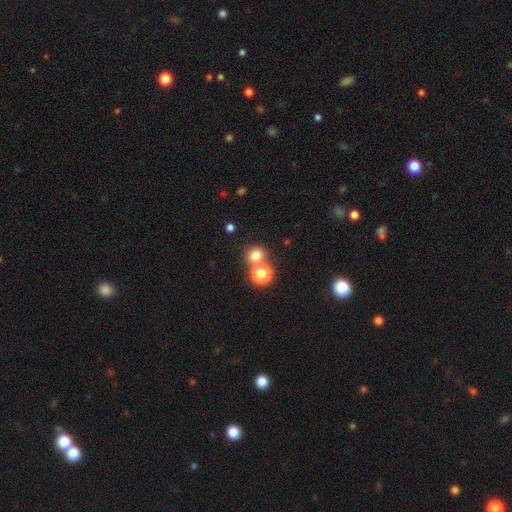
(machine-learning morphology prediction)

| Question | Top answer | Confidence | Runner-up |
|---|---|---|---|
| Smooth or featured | smooth | 76% | star or artifact (16%) |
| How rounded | round | 84% | in between (15%) |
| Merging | none | 59% | merger (31%) |